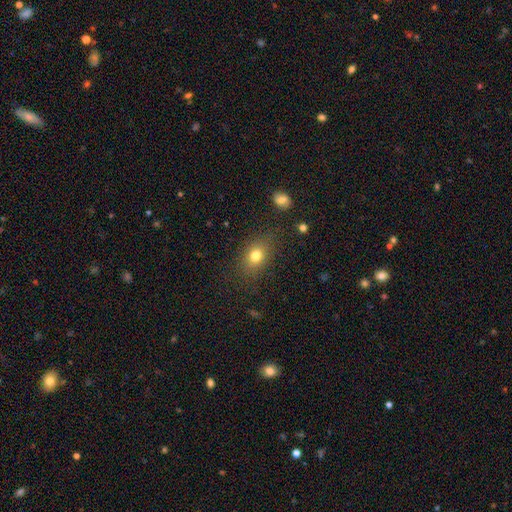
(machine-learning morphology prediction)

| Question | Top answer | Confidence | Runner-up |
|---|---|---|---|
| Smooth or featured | smooth | 77% | star or artifact (13%) |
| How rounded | in between | 64% | round (34%) |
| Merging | none | 81% | minor disturbance (12%) |